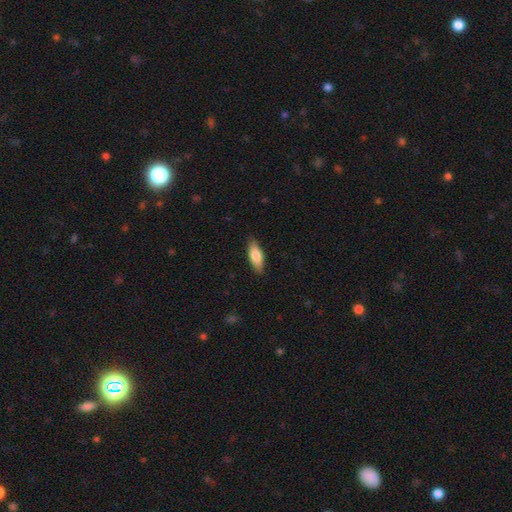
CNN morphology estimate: type=smooth (78%); roundness=in between (66%); merging=none (86%).